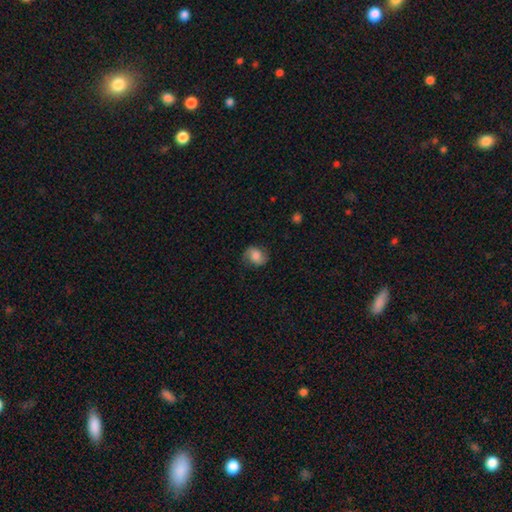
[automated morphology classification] smooth 60%, featured or disk 30%, star or artifact 9%. Down the decision tree: how rounded — round (52%); merging — none (74%).